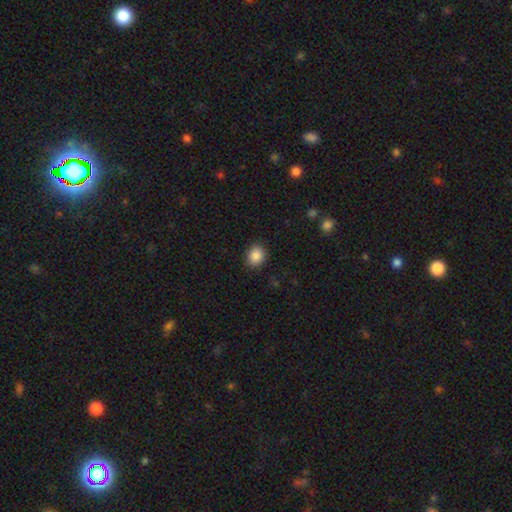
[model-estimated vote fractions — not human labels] smooth-or-featured: smooth: 87% | star or artifact: 9% | featured or disk: 4%
  how-rounded: round: 62% | in between: 37% | cigar-shaped: 1%
  merging: none: 88% | minor disturbance: 9% | major disturbance: 2% | merger: 1%